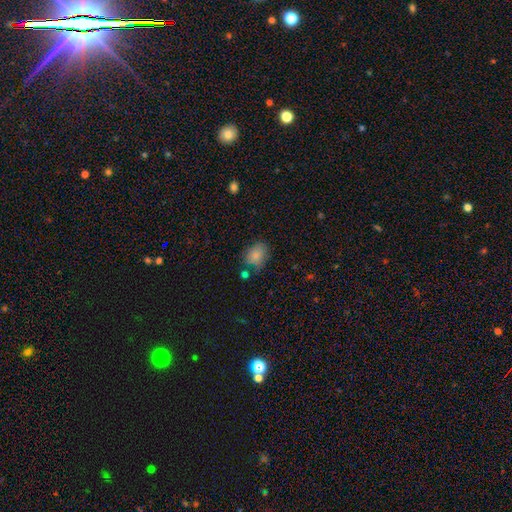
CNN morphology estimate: Q: Smooth or featured?
A: smooth (84%); runner-up: star or artifact (9%)
Q: How rounded?
A: in between (67%); runner-up: round (32%)
Q: Merging?
A: none (61%); runner-up: minor disturbance (23%)